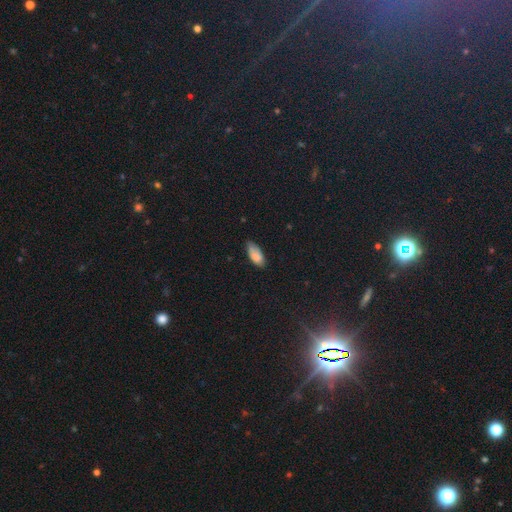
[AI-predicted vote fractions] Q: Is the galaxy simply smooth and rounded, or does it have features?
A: smooth — 84%.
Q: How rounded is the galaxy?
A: in between — 86%.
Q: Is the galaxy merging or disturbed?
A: none — 64%.